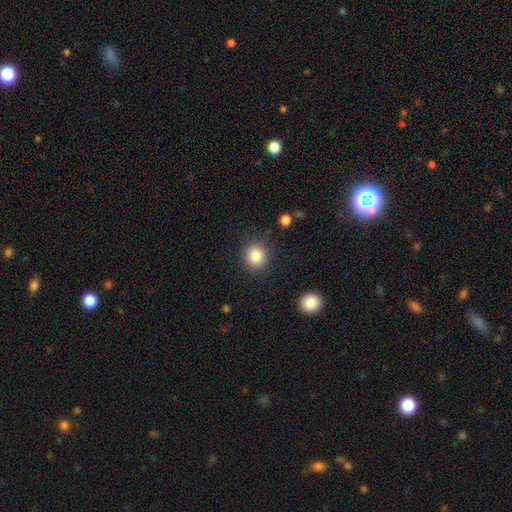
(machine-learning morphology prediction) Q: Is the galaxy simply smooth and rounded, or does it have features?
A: smooth — 86%.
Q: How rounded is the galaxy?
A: round — 83%.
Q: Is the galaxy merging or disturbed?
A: none — 88%.